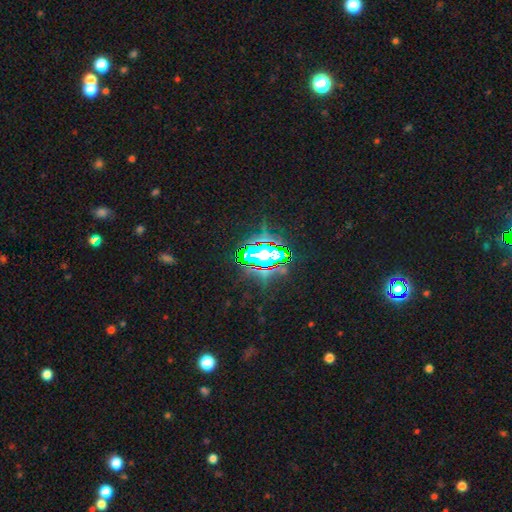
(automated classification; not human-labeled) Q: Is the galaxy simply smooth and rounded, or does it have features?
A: star or artifact — 75%.